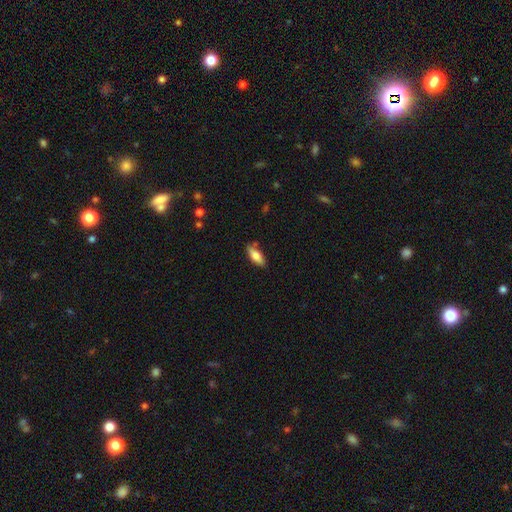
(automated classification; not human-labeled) Smooth or featured? Predicted: smooth (p=0.73). How rounded? Predicted: in between (p=0.70). Merging? Predicted: none (p=0.79).